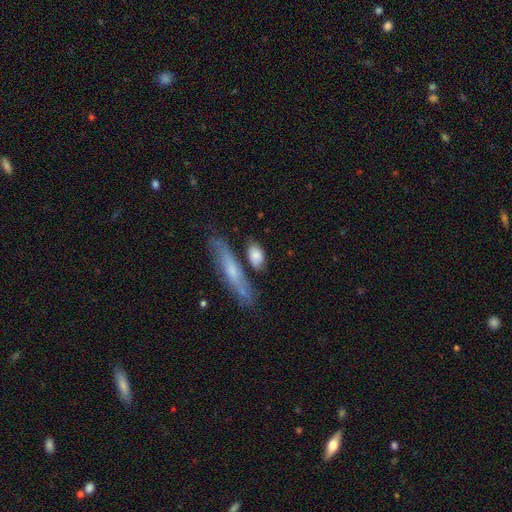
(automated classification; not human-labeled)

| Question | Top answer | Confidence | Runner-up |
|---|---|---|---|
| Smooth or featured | smooth | 72% | featured or disk (21%) |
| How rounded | in between | 71% | cigar-shaped (19%) |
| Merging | none | 58% | minor disturbance (20%) |